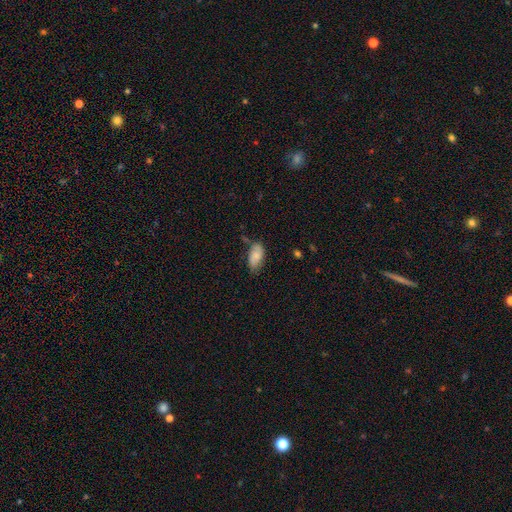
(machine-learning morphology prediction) Smooth or featured?
  - smooth: 78% *
  - featured or disk: 15%
  - star or artifact: 7%
How rounded?
  - in between: 93% *
  - cigar-shaped: 4%
  - round: 3%
Merging?
  - none: 59% *
  - minor disturbance: 29%
  - major disturbance: 7%
  - merger: 5%